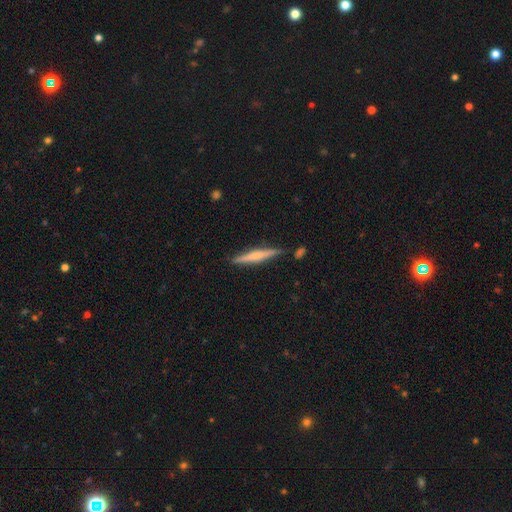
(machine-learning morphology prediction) Smooth or featured? Predicted: featured or disk (p=0.49). Merging? Predicted: none (p=0.84).